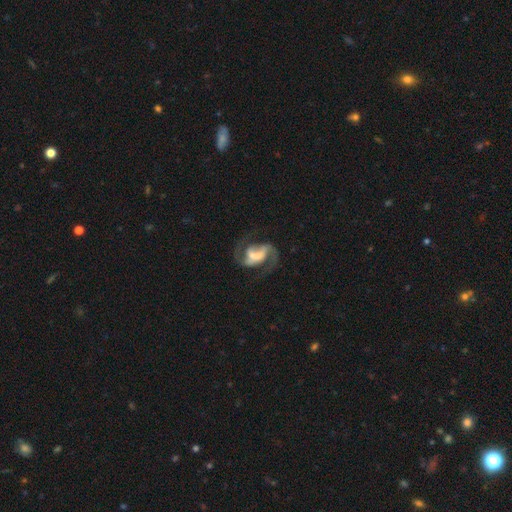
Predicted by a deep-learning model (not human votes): This is clearly a featured or disk galaxy (83%). It is clearly not viewed edge-on (97%). Bar: marginally weak (40%). Spiral arm pattern: clearly yes (93%). Spiral arm count: clearly 2 (85%). Spiral winding: possibly medium (52%). Central bulge: marginally small (38%). Merging: possibly none (49%).